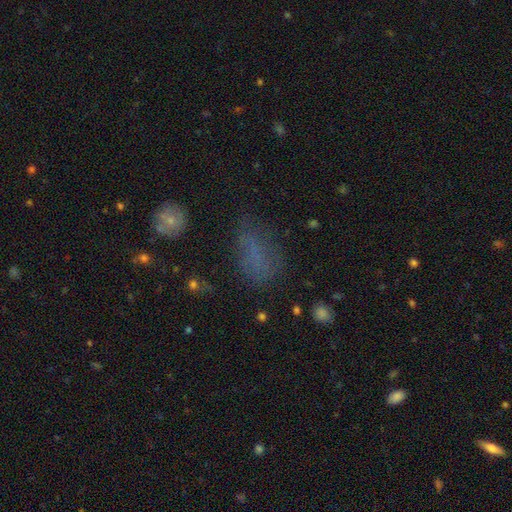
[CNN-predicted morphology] A smooth galaxy with no disk features (58%) that is in between round and cigar-shaped (80%).

Vote fractions:
- Smooth or featured? smooth: 58% / star or artifact: 25% / featured or disk: 17%
- How rounded? in between: 80% / round: 11% / cigar-shaped: 10%
- Merging? none: 55% / minor disturbance: 23% / major disturbance: 18% / merger: 3%